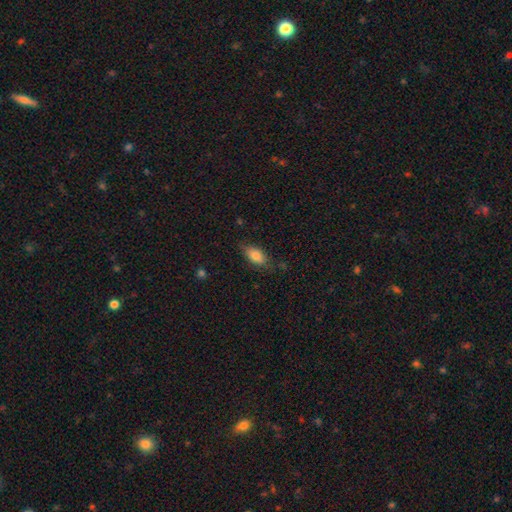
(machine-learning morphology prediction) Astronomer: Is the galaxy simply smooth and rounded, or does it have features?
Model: smooth — 79%.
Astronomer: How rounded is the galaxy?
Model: in between — 87%.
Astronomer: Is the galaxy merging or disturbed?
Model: none — 72%.